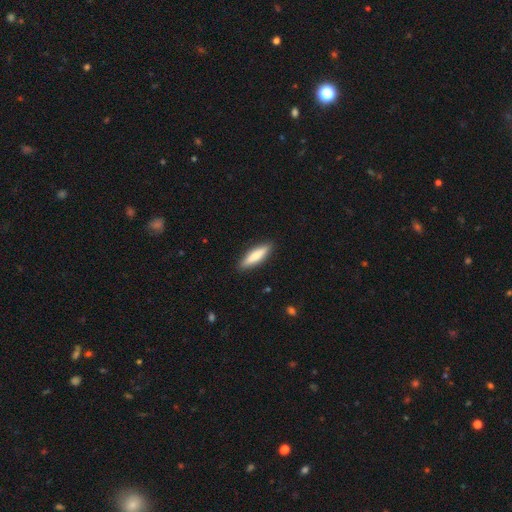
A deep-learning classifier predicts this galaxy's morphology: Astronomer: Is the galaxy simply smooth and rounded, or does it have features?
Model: smooth — 76%.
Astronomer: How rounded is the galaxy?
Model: cigar-shaped — 71%.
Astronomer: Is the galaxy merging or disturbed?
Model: none — 89%.